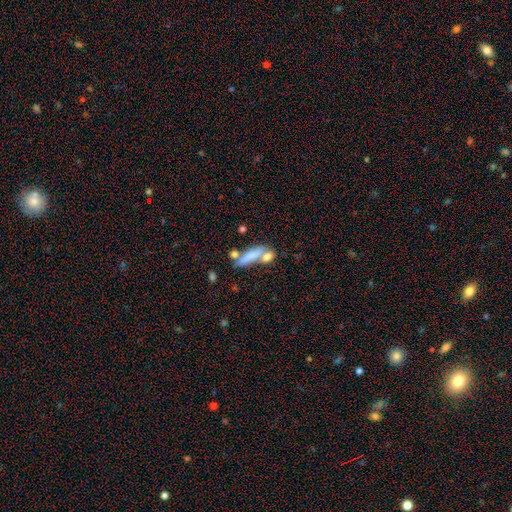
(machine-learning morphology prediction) A smooth galaxy with no disk features (55%) that is cigar-shaped (64%). Merging: none (41%).